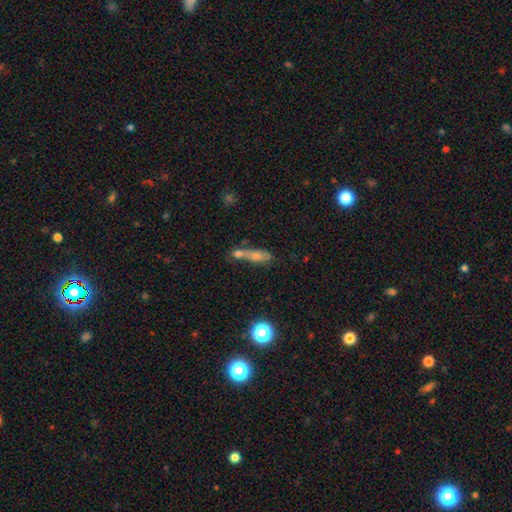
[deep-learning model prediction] Q: Smooth or featured?
A: smooth (61%); runner-up: featured or disk (25%)
Q: How rounded?
A: in between (50%); runner-up: cigar-shaped (42%)
Q: Merging?
A: merger (53%); runner-up: none (26%)